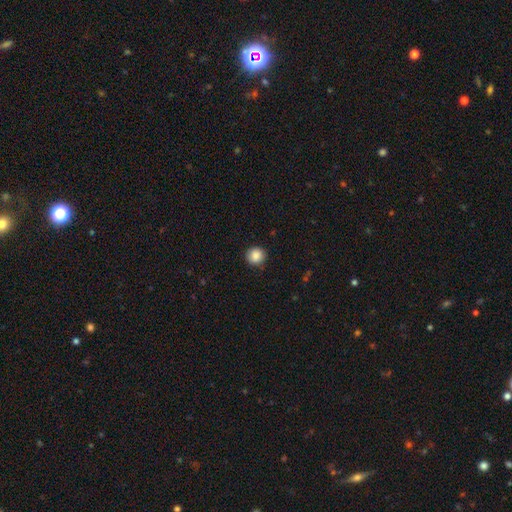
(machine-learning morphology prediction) Smooth or featured? Predicted: smooth (p=0.88). How rounded? Predicted: round (p=0.90). Merging? Predicted: none (p=0.89).